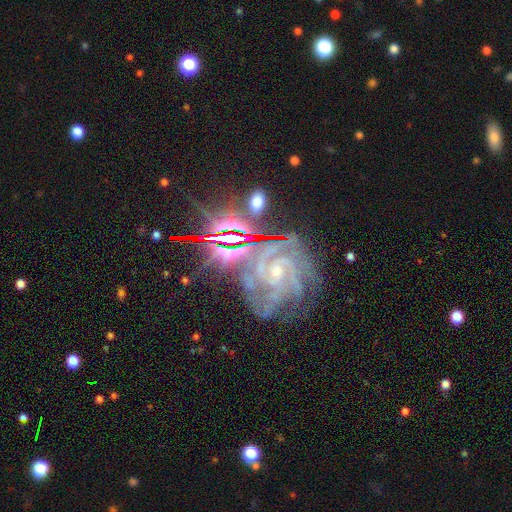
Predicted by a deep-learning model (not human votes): Morphology: type=featured or disk (44%); merging=none (61%).